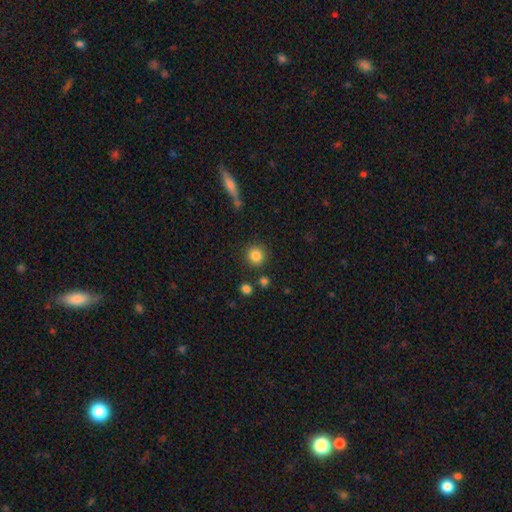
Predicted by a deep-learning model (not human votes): Smooth or featured? Predicted: smooth (p=0.85). How rounded? Predicted: round (p=0.92). Merging? Predicted: none (p=0.86).